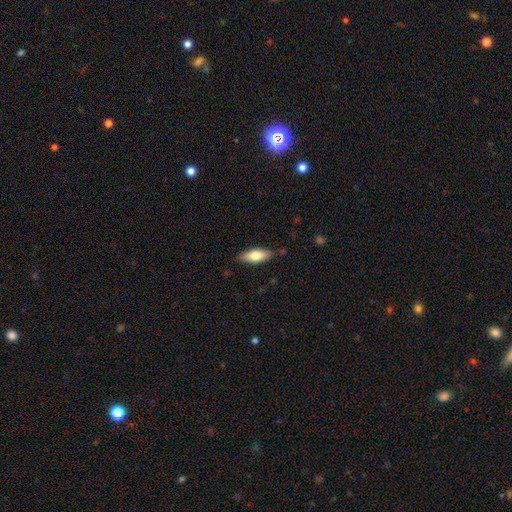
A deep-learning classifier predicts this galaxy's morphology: Smooth or featured? smooth (73%)
How rounded? in between (72%)
Merging? none (83%)